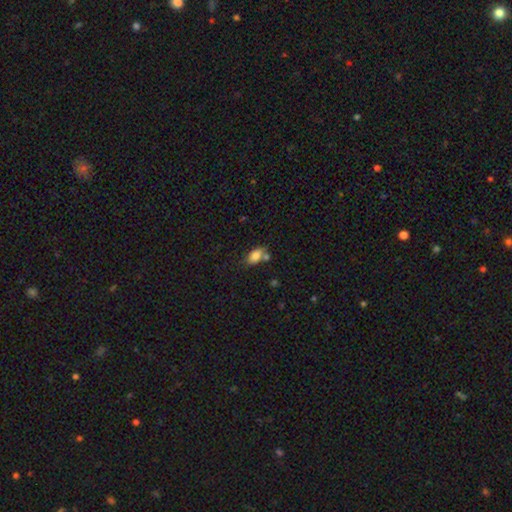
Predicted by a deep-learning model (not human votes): Overall: smooth (82%). How rounded: in between (89%). Merging: none (55%; merger 22%).